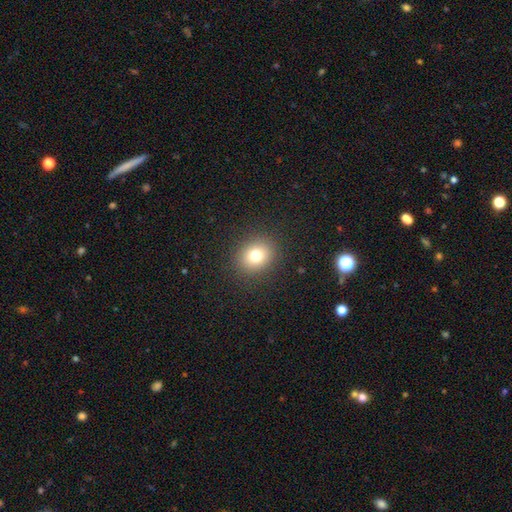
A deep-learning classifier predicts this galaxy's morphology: Smooth or featured?
  - smooth: 77% *
  - star or artifact: 14%
  - featured or disk: 10%
How rounded?
  - round: 70% *
  - in between: 30%
  - cigar-shaped: 1%
Merging?
  - none: 89% *
  - minor disturbance: 7%
  - major disturbance: 3%
  - merger: 1%